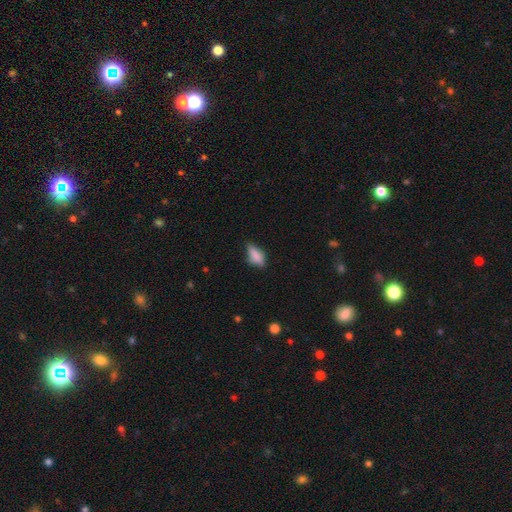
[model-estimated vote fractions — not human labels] Q: Smooth or featured?
A: smooth (81%); runner-up: featured or disk (11%)
Q: How rounded?
A: in between (82%); runner-up: cigar-shaped (15%)
Q: Merging?
A: none (55%); runner-up: minor disturbance (35%)